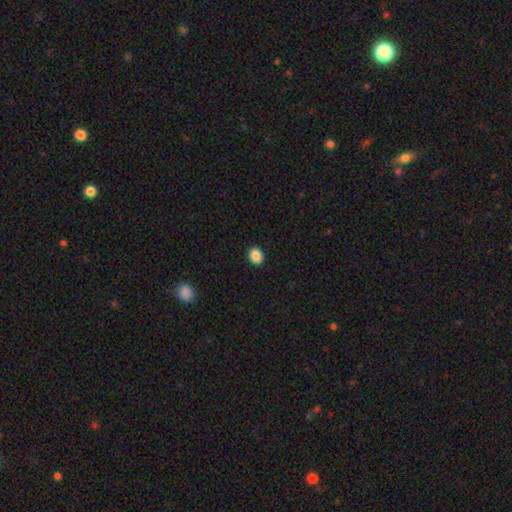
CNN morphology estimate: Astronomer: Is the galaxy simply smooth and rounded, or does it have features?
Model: smooth — 88%.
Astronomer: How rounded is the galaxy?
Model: in between — 53% (runner-up: round, 46%).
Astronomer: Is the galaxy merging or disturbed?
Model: none — 92%.